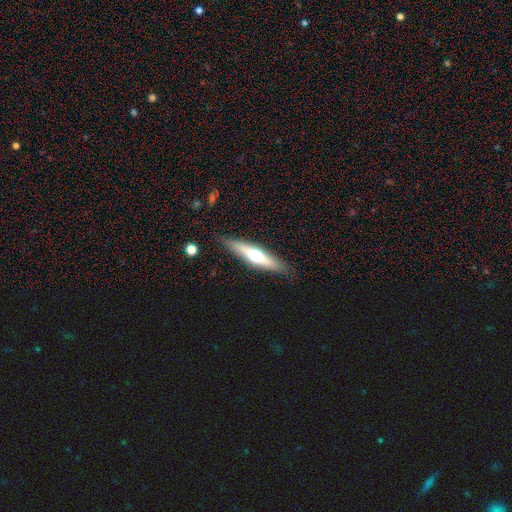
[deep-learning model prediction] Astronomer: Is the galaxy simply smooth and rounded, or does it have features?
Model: featured or disk — 54% (runner-up: smooth, 39%).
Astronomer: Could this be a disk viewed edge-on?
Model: yes — 90%.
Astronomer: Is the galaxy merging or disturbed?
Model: none — 86%.